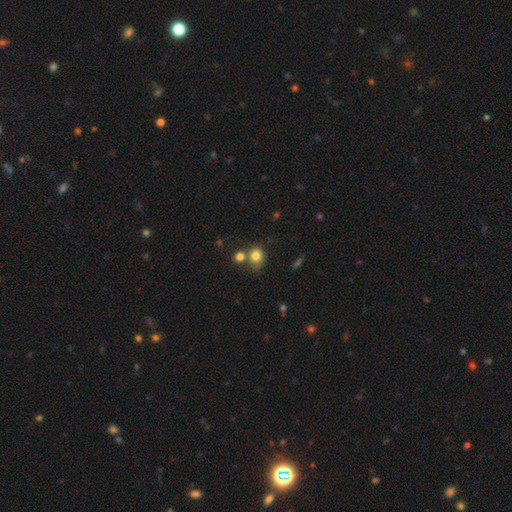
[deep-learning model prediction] Smooth or featured: smooth — 81% (star or artifact — 11%)
How rounded: round — 72% (in between — 27%)
Merging: none — 56% (merger — 26%)